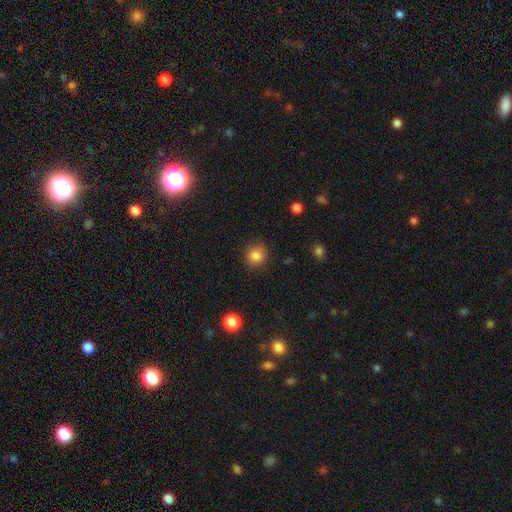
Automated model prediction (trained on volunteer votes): smooth 85%, star or artifact 11%, featured or disk 4%. Down the decision tree: how rounded — round (86%); merging — none (85%).